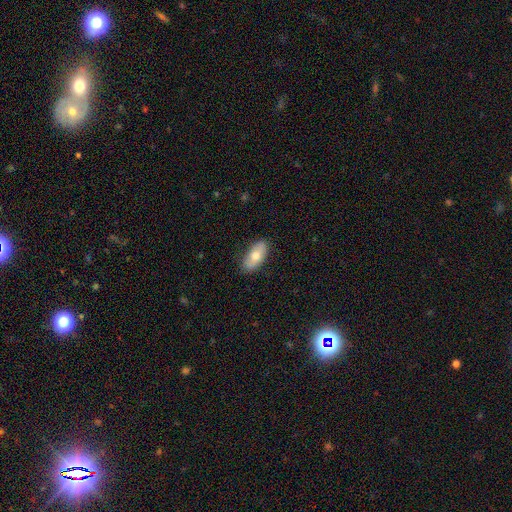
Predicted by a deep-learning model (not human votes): Morphology: type=smooth (70%); roundness=in between (90%); merging=none (83%).